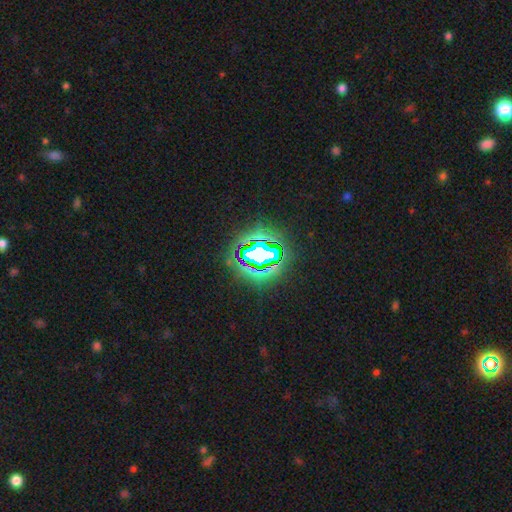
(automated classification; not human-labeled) This is likely a star or artifact rather than a galaxy (76%).